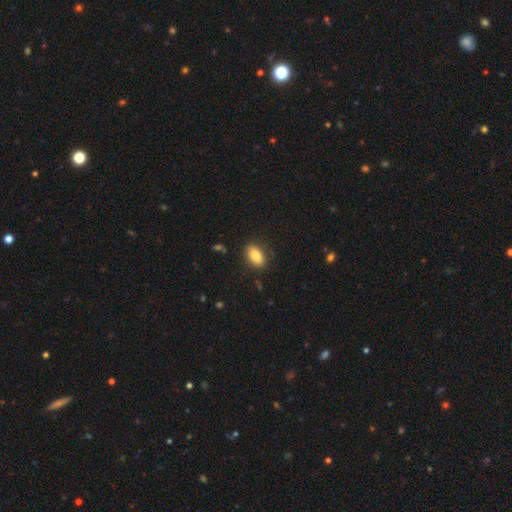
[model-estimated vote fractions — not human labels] This is clearly a smooth galaxy (86%). How rounded: clearly in between (90%). Merging: clearly none (86%).